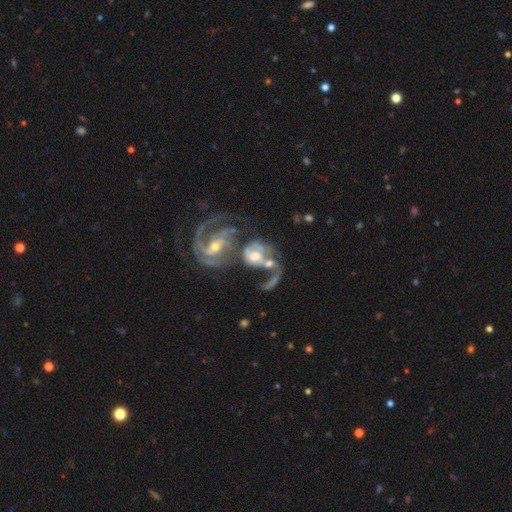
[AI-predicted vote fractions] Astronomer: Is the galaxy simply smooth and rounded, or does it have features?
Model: featured or disk — 84%.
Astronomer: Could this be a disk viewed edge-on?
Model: no — 97%.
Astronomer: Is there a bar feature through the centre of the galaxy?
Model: no — 48% (runner-up: weak, 35%).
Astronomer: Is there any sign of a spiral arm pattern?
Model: yes — 92%.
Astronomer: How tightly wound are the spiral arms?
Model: medium — 45% (runner-up: tight, 30%).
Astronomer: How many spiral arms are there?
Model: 2 — 52%.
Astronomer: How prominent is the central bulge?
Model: moderate — 55% (runner-up: small, 35%).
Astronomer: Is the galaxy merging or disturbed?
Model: merger — 69%.